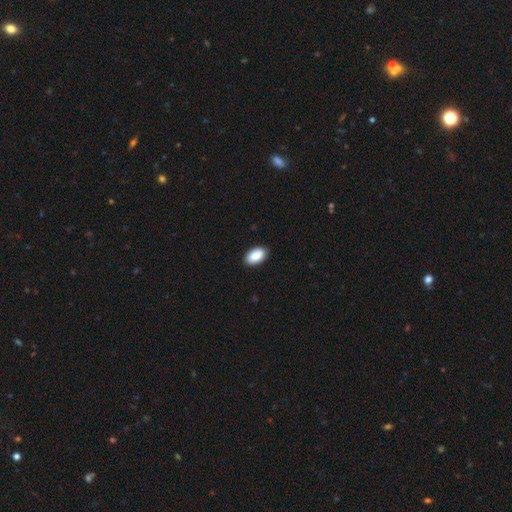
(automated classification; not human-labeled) smooth_or_featured: smooth (p=0.87) [alt: star or artifact p=0.06]
how_rounded: in between (p=0.94) [alt: round p=0.05]
merging: none (p=0.90) [alt: minor disturbance p=0.08]